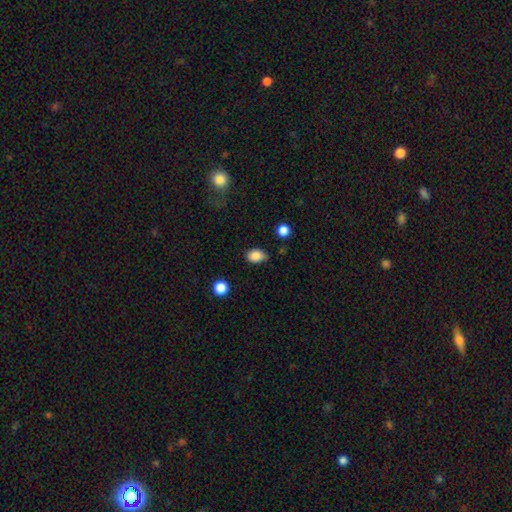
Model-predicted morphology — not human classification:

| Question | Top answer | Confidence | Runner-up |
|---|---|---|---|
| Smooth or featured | smooth | 86% | star or artifact (9%) |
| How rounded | in between | 73% | round (26%) |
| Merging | none | 67% | minor disturbance (26%) |